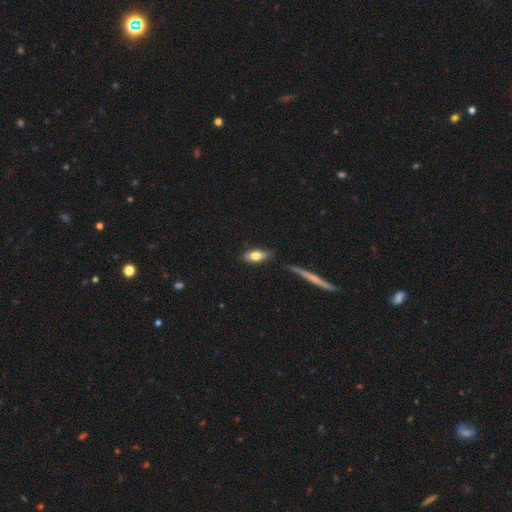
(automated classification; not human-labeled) smooth-or-featured: smooth: 72% | featured or disk: 21% | star or artifact: 7%
  how-rounded: in between: 77% | cigar-shaped: 19% | round: 4%
  merging: none: 79% | minor disturbance: 15% | major disturbance: 3% | merger: 3%